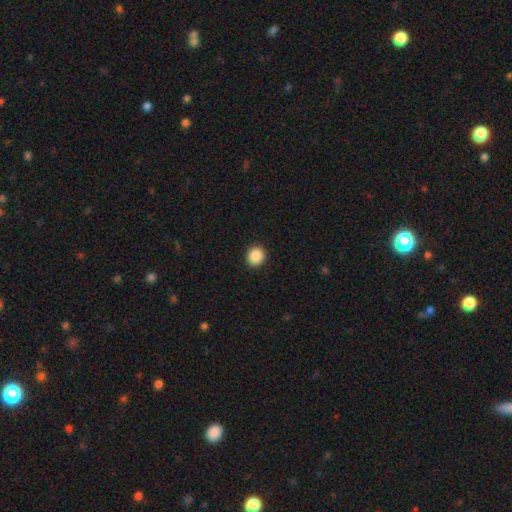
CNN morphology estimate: Smooth or featured? Predicted: smooth (p=0.88). How rounded? Predicted: round (p=0.84). Merging? Predicted: none (p=0.92).